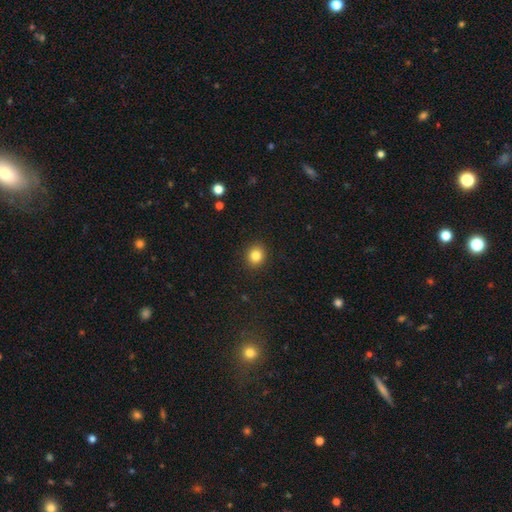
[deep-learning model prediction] smooth 83%, star or artifact 11%, featured or disk 6%. Down the decision tree: how rounded — round (80%); merging — none (91%).